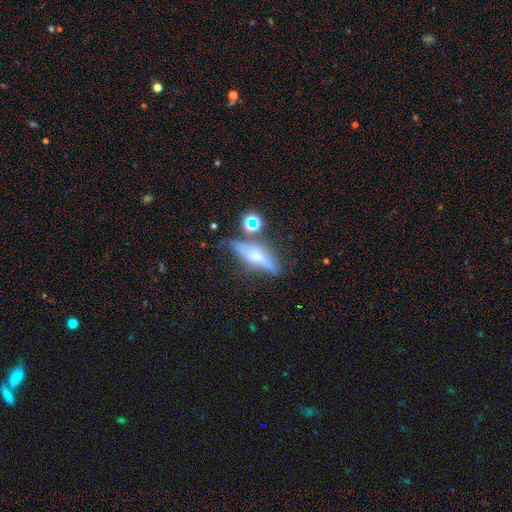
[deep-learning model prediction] featured or disk 46%, smooth 41%, star or artifact 13%. Down the decision tree: merging — none (57%).